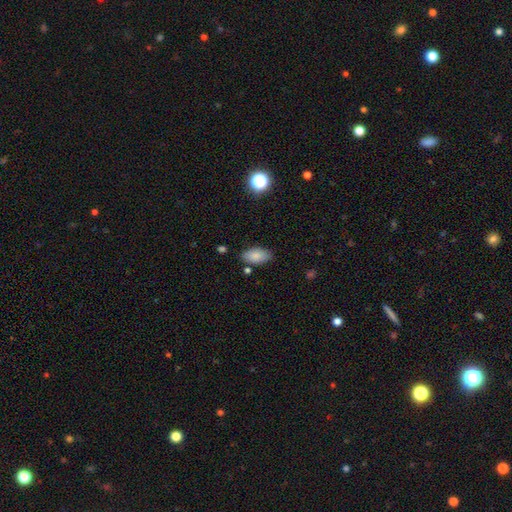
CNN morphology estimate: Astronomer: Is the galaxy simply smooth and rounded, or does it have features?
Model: smooth — 85%.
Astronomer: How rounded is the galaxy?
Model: in between — 93%.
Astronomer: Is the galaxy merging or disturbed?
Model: none — 80%.